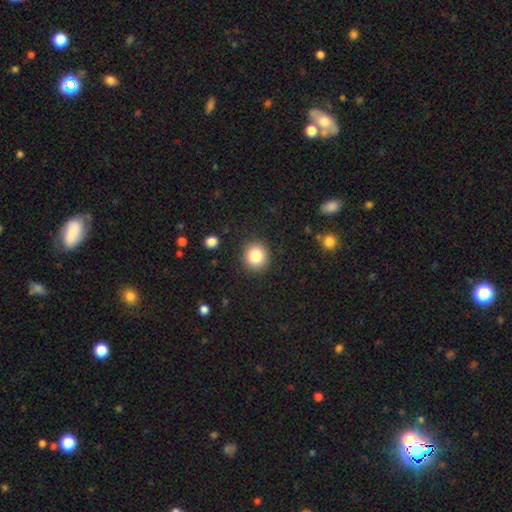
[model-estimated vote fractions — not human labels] This is clearly a smooth galaxy (83%). How rounded: clearly round (89%). Merging: clearly none (89%).